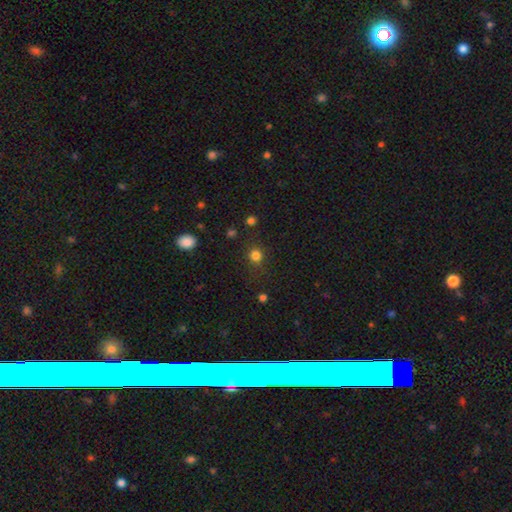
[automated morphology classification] This is likely a smooth galaxy (80%). How rounded: clearly round (88%). Merging: clearly none (82%).